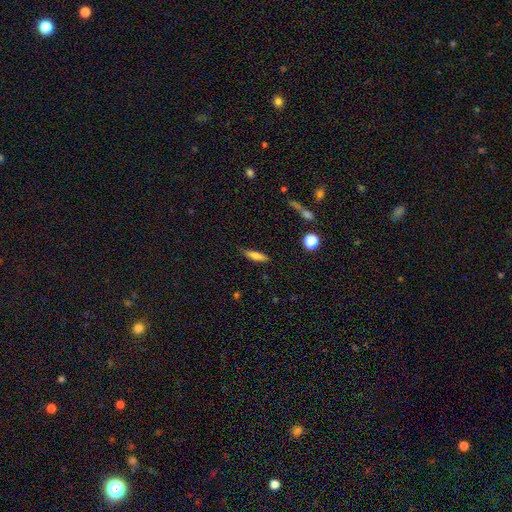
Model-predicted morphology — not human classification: Smooth or featured? Predicted: smooth (p=0.69). How rounded? Predicted: cigar-shaped (p=0.64). Merging? Predicted: none (p=0.83).